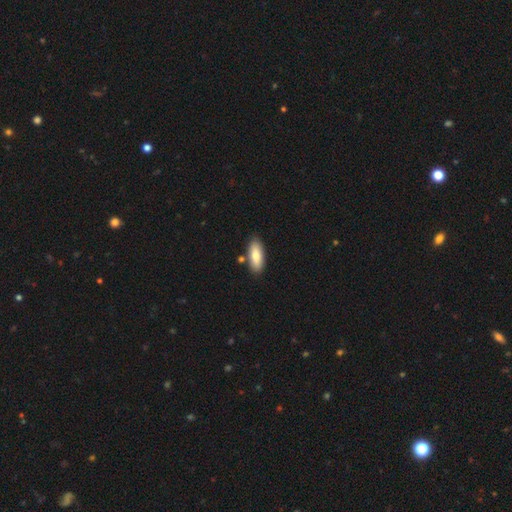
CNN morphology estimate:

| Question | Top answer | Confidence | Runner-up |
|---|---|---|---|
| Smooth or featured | smooth | 79% | featured or disk (16%) |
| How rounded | in between | 78% | cigar-shaped (20%) |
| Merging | none | 83% | minor disturbance (9%) |